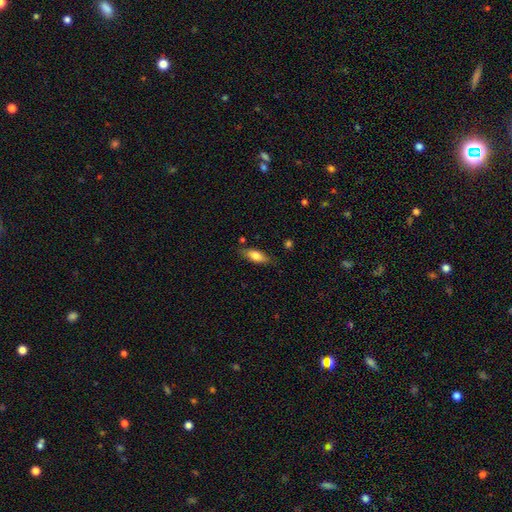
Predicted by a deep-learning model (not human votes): Morphology: type=smooth (70%); roundness=in between (68%); merging=none (80%).